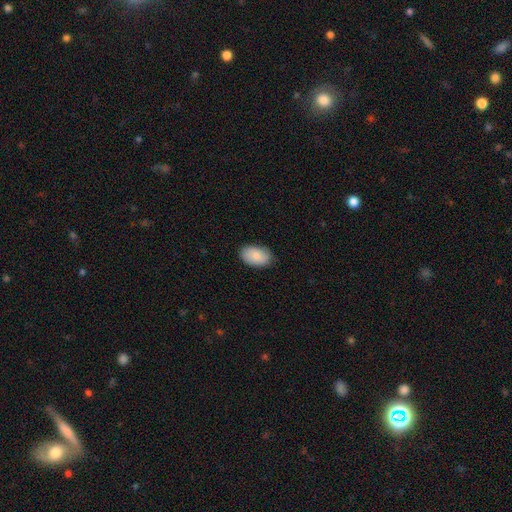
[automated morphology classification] Smooth or featured? Predicted: smooth (p=0.85). How rounded? Predicted: in between (p=0.91). Merging? Predicted: none (p=0.85).